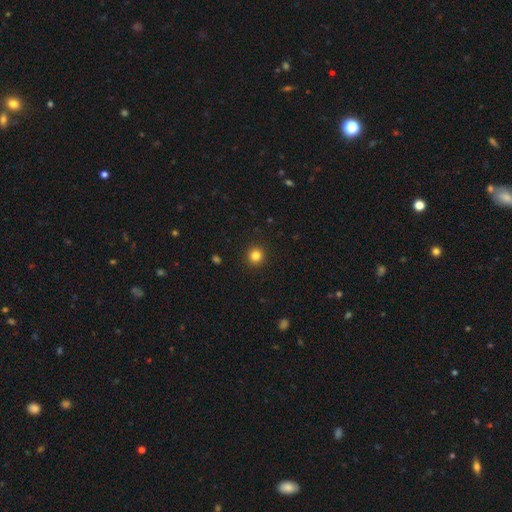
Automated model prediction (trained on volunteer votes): smooth-or-featured: smooth: 83% | star or artifact: 12% | featured or disk: 5%
  how-rounded: round: 95% | in between: 4% | cigar-shaped: 1%
  merging: none: 93% | minor disturbance: 4% | major disturbance: 2% | merger: 1%